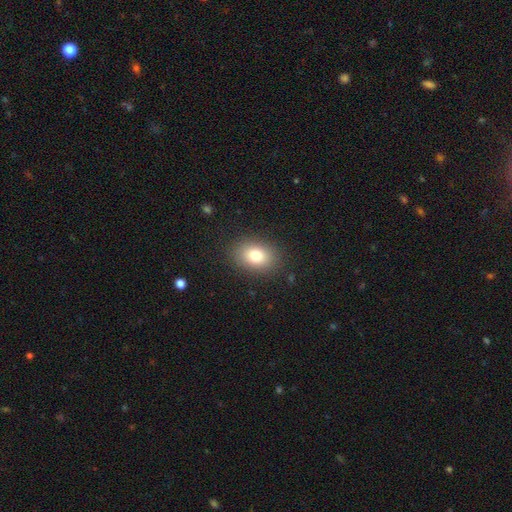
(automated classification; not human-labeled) A smooth galaxy with no disk features (79%) that is in between round and cigar-shaped (69%).

Vote fractions:
- Smooth or featured? smooth: 79% / star or artifact: 11% / featured or disk: 10%
- How rounded? in between: 69% / round: 30% / cigar-shaped: 1%
- Merging? none: 87% / minor disturbance: 8% / major disturbance: 3% / merger: 1%